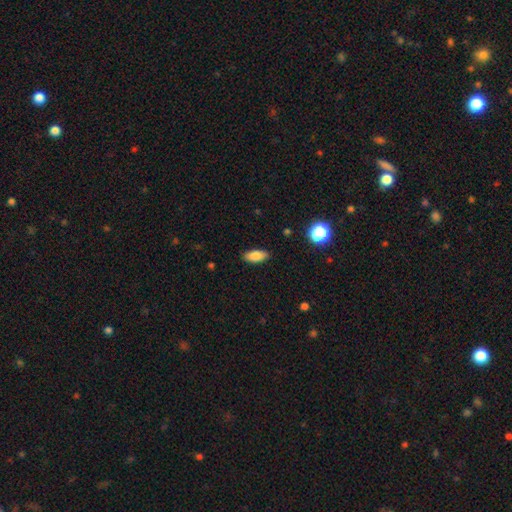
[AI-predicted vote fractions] Smooth or featured: smooth — 85% (star or artifact — 8%)
How rounded: in between — 85% (cigar-shaped — 13%)
Merging: none — 88% (minor disturbance — 9%)